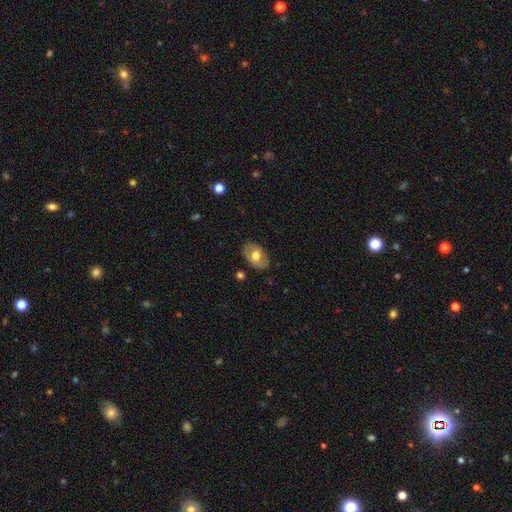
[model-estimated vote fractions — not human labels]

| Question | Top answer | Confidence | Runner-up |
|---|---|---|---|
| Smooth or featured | smooth | 64% | featured or disk (29%) |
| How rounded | in between | 86% | round (13%) |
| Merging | none | 82% | minor disturbance (13%) |